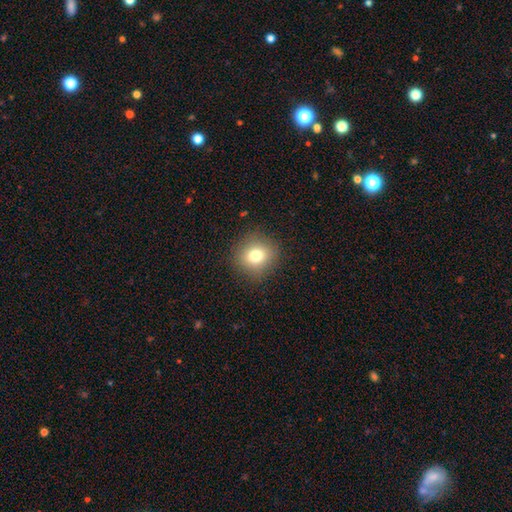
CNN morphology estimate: Smooth or featured: smooth — 77% (star or artifact — 12%)
How rounded: round — 86% (in between — 13%)
Merging: none — 89% (minor disturbance — 7%)